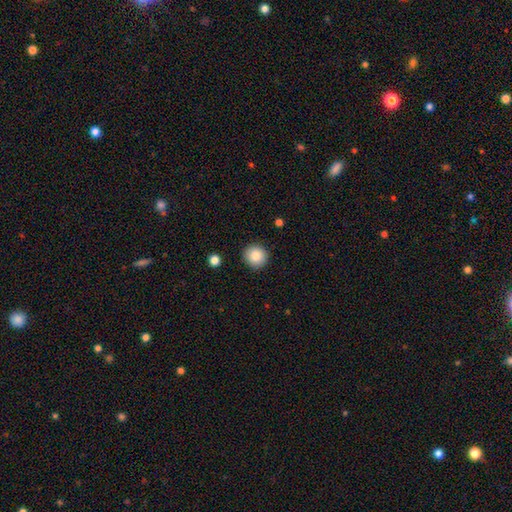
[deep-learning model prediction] Smooth or featured? Predicted: smooth (p=0.87). How rounded? Predicted: round (p=0.94). Merging? Predicted: none (p=0.91).